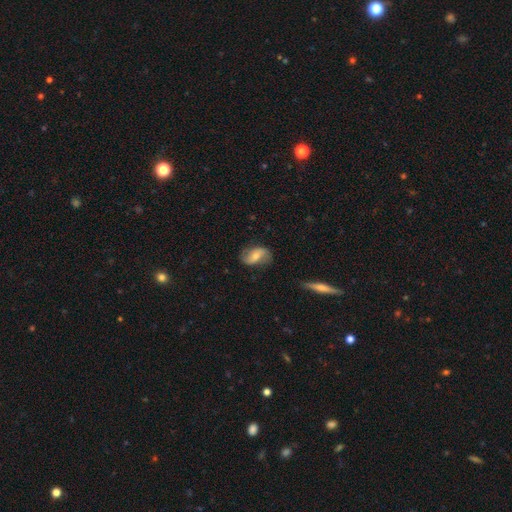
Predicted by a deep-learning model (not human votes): Overall: featured or disk (54%; smooth 38%). Edge-on disk: no (94%). Bar: weak (38%, tied with no). Spiral arms: yes (83%). Bulge size: moderate (52%; small 38%). Merging: none (72%).